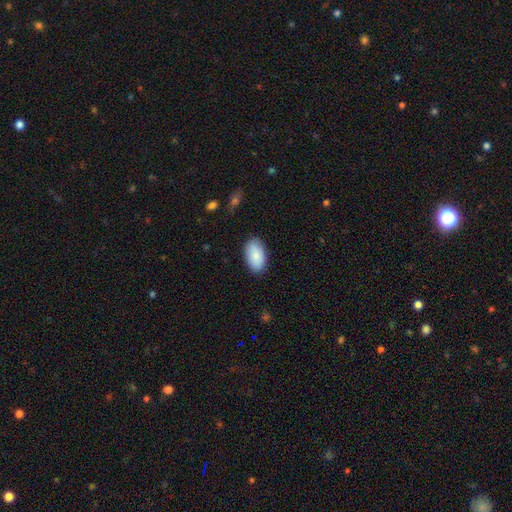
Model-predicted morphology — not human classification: The model was most divided on "merging": none: 86%, minor disturbance: 10%, major disturbance: 2%, merger: 1%. More confident: how rounded — in between (95%); smooth or featured — smooth (87%).